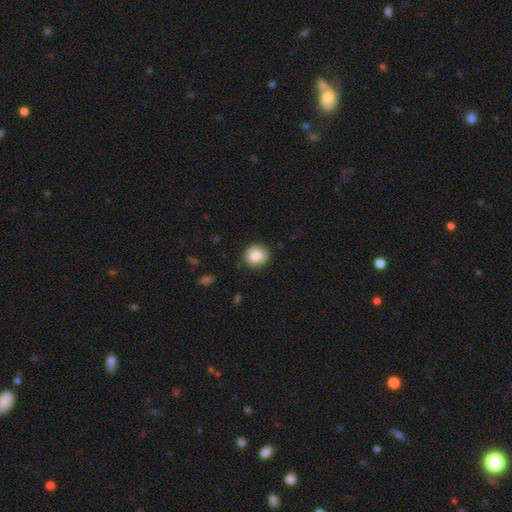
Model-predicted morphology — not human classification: A smooth galaxy with no disk features (83%) that is round (92%). Merging: none (90%).